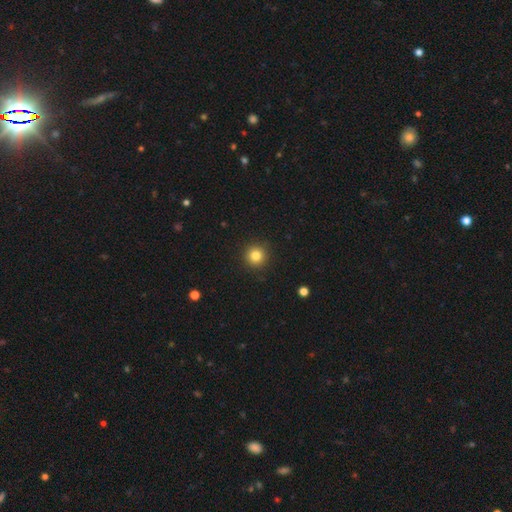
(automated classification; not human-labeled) smooth-or-featured: smooth: 82% | star or artifact: 12% | featured or disk: 6%
  how-rounded: round: 95% | in between: 4% | cigar-shaped: 1%
  merging: none: 92% | minor disturbance: 5% | major disturbance: 2% | merger: 1%